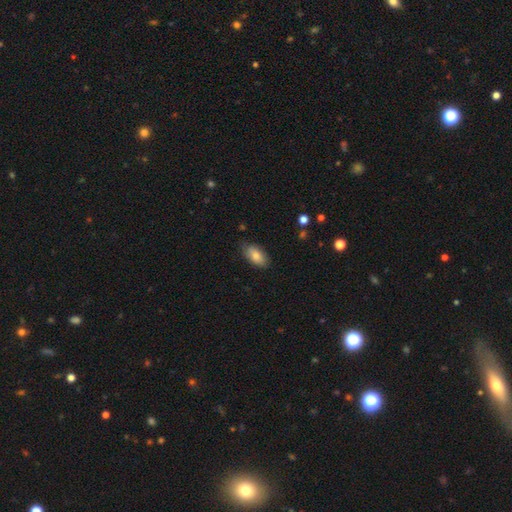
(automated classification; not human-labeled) Smooth or featured? smooth (80%)
How rounded? in between (92%)
Merging? none (79%)